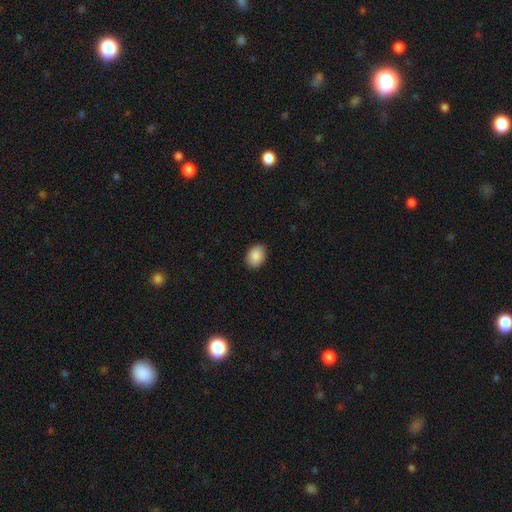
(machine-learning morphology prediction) smooth-or-featured: smooth: 89% | star or artifact: 7% | featured or disk: 4%
  how-rounded: in between: 77% | round: 22% | cigar-shaped: 1%
  merging: none: 87% | minor disturbance: 10% | major disturbance: 2% | merger: 1%